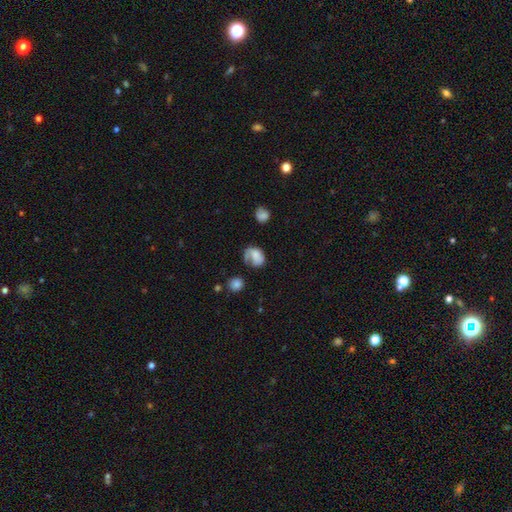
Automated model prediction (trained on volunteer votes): This appears to be a smooth galaxy with no disk features (55%) that is in between round and cigar-shaped (64%). Merging: none (36%).